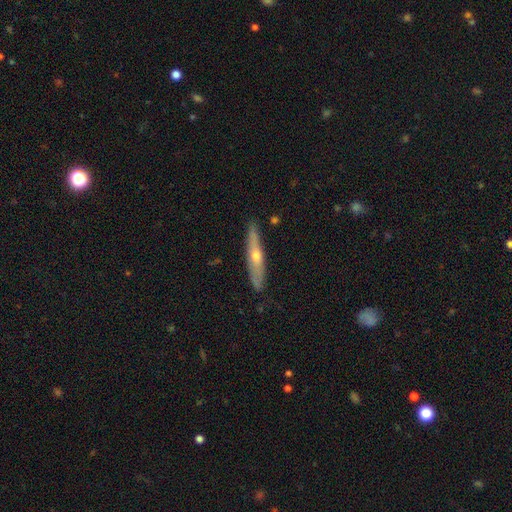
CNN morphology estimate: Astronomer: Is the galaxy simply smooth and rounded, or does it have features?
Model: featured or disk — 59%.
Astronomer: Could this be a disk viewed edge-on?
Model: yes — 89%.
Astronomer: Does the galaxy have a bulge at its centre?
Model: rounded — 84%.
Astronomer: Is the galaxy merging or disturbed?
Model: none — 86%.